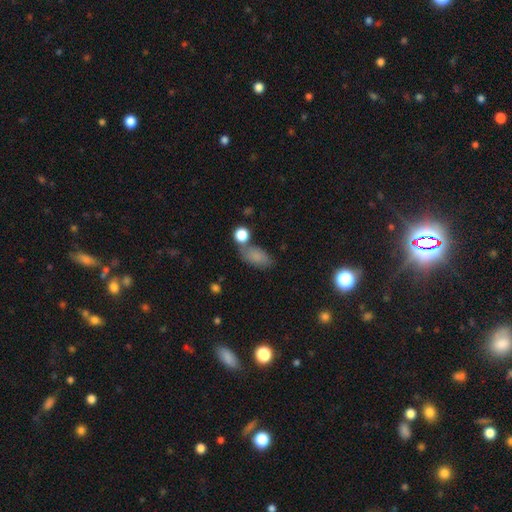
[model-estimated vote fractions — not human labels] Morphology: type=smooth (80%); roundness=in between (88%); merging=none (57%).